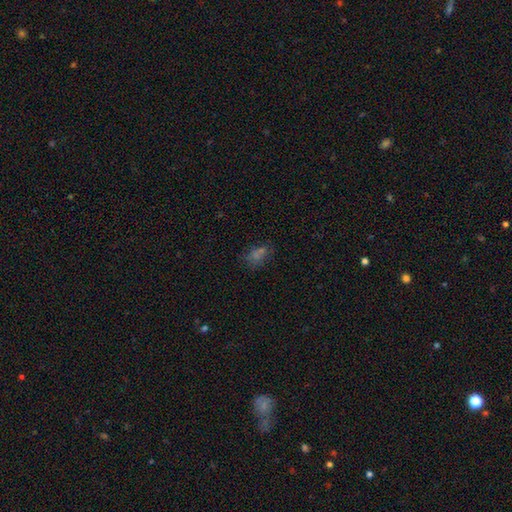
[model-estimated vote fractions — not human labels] This is possibly a smooth galaxy (52%). How rounded: likely in between (72%). Merging: likely none (64%).